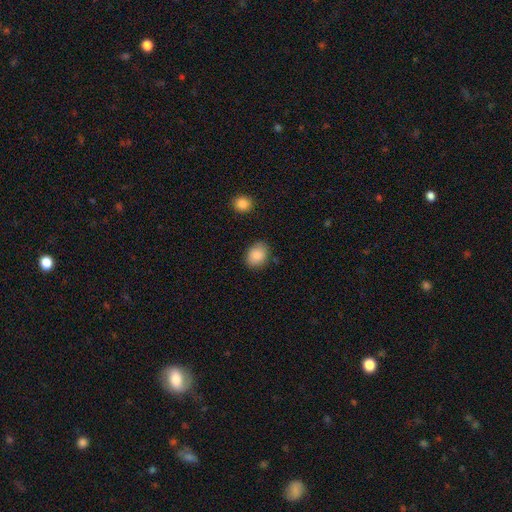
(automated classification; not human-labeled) A smooth galaxy with no disk features (87%) that is in between round and cigar-shaped (59%).

Vote fractions:
- Smooth or featured? smooth: 87% / star or artifact: 7% / featured or disk: 5%
- How rounded? in between: 59% / round: 41% / cigar-shaped: 1%
- Merging? none: 83% / minor disturbance: 12% / major disturbance: 3% / merger: 2%